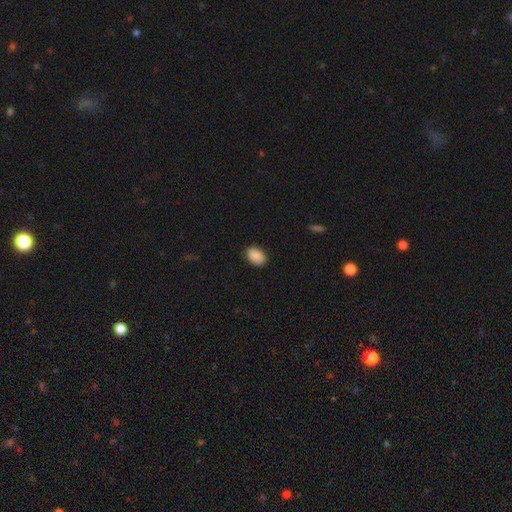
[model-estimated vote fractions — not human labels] Morphology: type=smooth (88%); roundness=in between (84%); merging=none (85%).